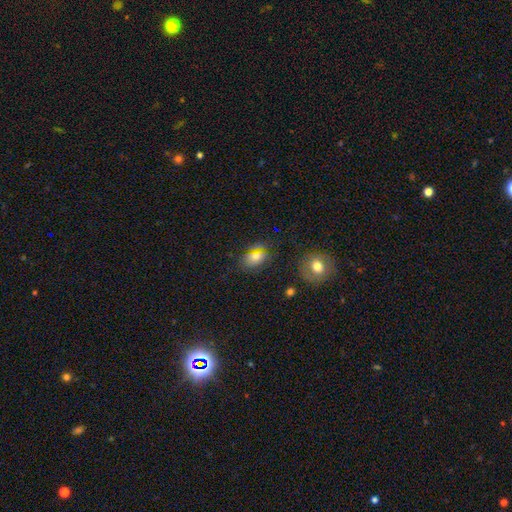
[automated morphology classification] type=smooth (65%); roundness=in between (77%); merging=none (74%).